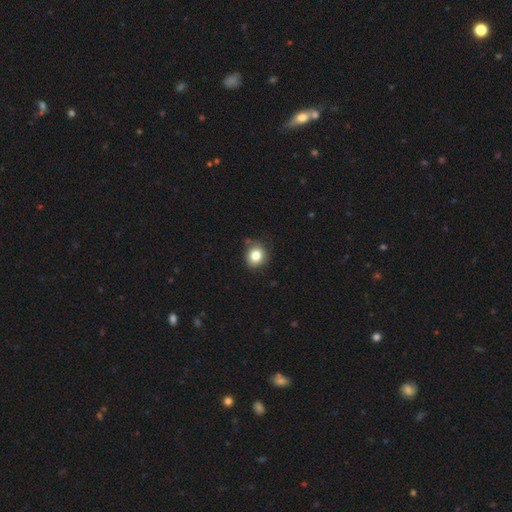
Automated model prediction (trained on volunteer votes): Smooth or featured: smooth — 83% (star or artifact — 11%)
How rounded: round — 78% (in between — 21%)
Merging: none — 79% (minor disturbance — 15%)